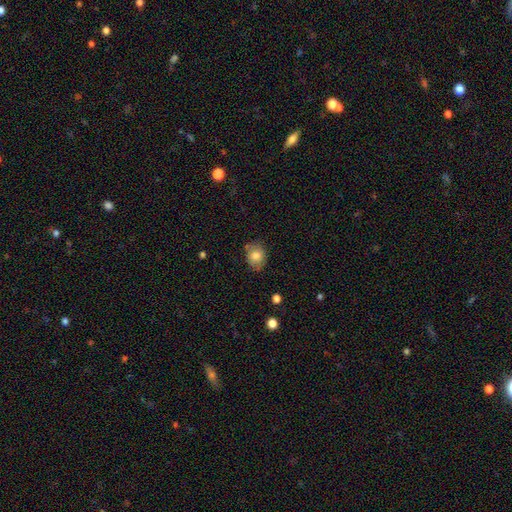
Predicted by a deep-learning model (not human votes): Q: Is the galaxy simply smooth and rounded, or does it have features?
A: smooth — 79%.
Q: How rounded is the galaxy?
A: round — 52%.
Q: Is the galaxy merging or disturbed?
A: none — 71%.